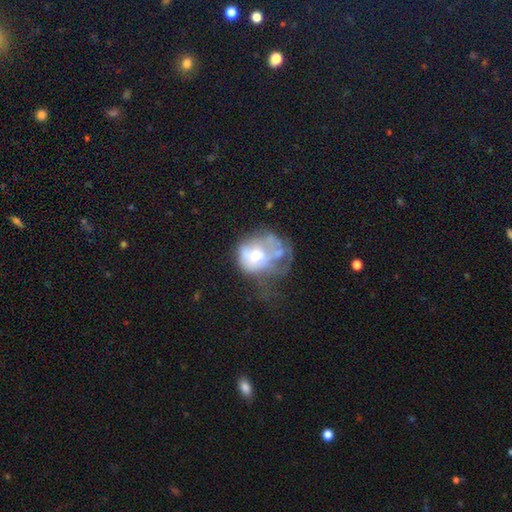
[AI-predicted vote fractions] smooth-or-featured: featured or disk: 51% | smooth: 39% | star or artifact: 11%
  disk-edge-on: no: 97% | yes: 3%
  merging: major disturbance: 43% | none: 20% | merger: 19% | minor disturbance: 18%